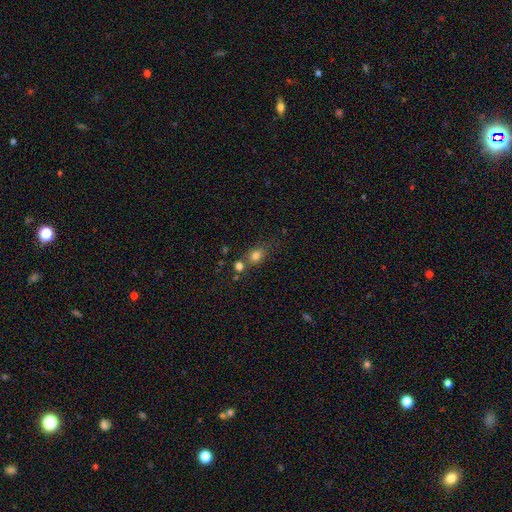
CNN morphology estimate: Smooth or featured? smooth (78%)
How rounded? round (55%)
Merging? none (57%)